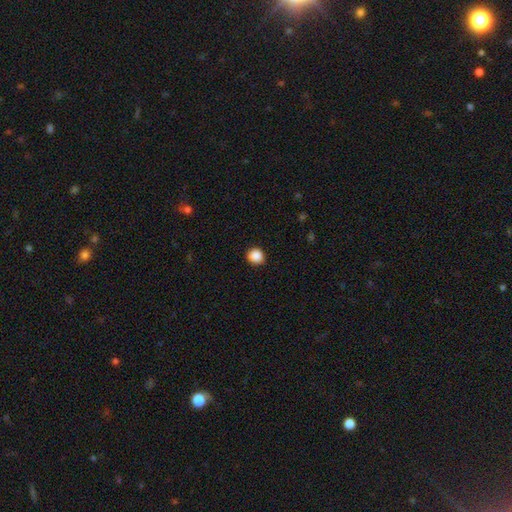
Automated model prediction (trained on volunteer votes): Smooth or featured: smooth — 88% (star or artifact — 9%)
How rounded: round — 90% (in between — 10%)
Merging: none — 92% (minor disturbance — 6%)